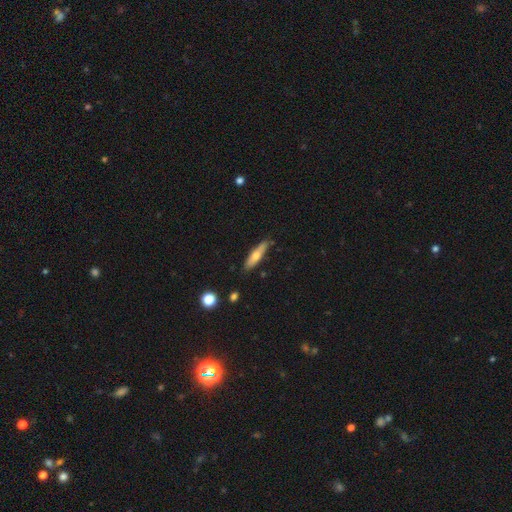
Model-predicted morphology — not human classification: A smooth galaxy with no disk features (58%) that is cigar-shaped (73%).

Vote fractions:
- Smooth or featured? smooth: 58% / featured or disk: 36% / star or artifact: 6%
- How rounded? cigar-shaped: 73% / in between: 25% / round: 2%
- Merging? none: 82% / minor disturbance: 13% / merger: 2% / major disturbance: 2%